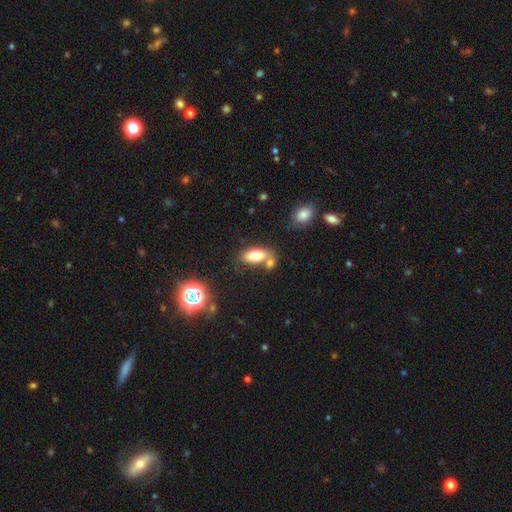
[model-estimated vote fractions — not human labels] Smooth or featured? Predicted: smooth (p=0.76). How rounded? Predicted: in between (p=0.87). Merging? Predicted: none (p=0.53).